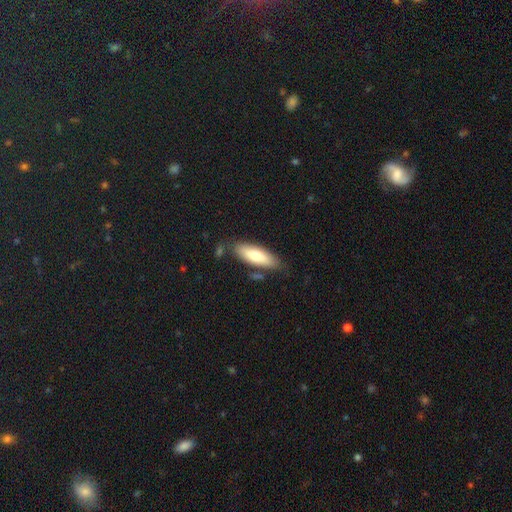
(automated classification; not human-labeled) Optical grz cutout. It shows a smooth galaxy with no disk features (72%) that is in between round and cigar-shaped (59%). Merging: none (76%).